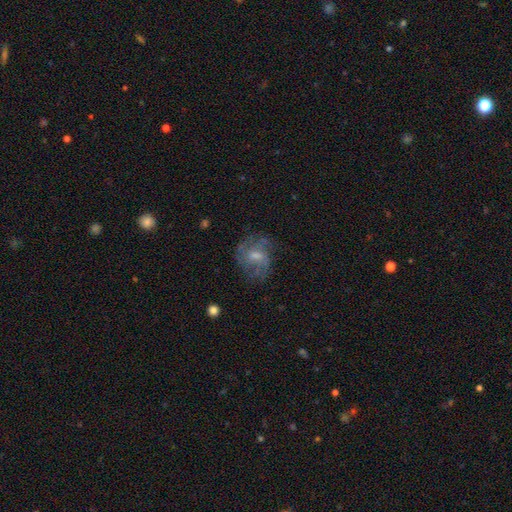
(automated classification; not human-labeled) This appears to be a featured or disk galaxy (63%) with no bar (48%), spiral arms (78%) and a moderate central bulge (46%). Merging: none (64%).